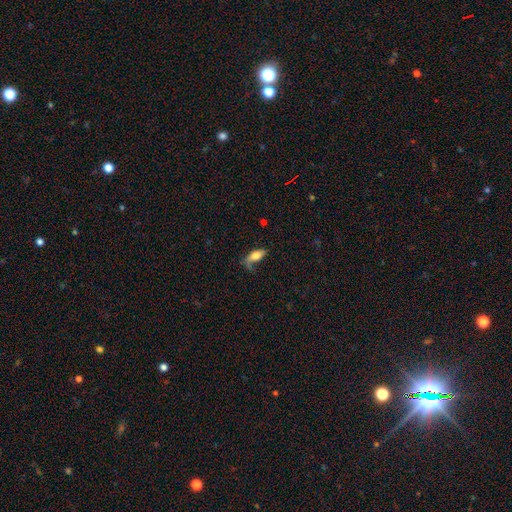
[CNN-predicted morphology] smooth-or-featured: smooth: 66% | featured or disk: 26% | star or artifact: 8%
  how-rounded: in between: 76% | cigar-shaped: 21% | round: 4%
  merging: none: 42% | minor disturbance: 27% | major disturbance: 26% | merger: 5%